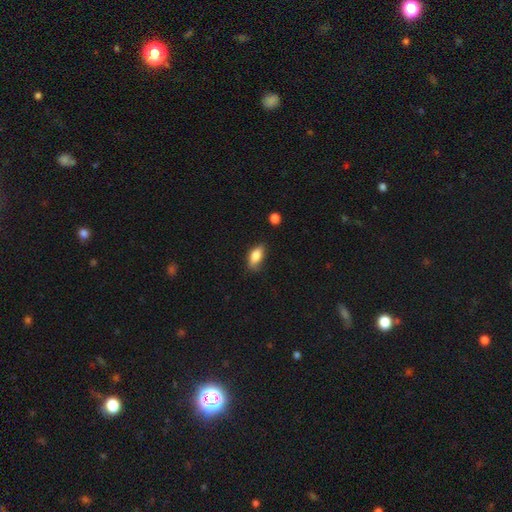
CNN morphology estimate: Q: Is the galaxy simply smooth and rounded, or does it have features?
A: smooth — 83%.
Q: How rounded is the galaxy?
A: in between — 87%.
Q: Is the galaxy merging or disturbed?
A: none — 69%.